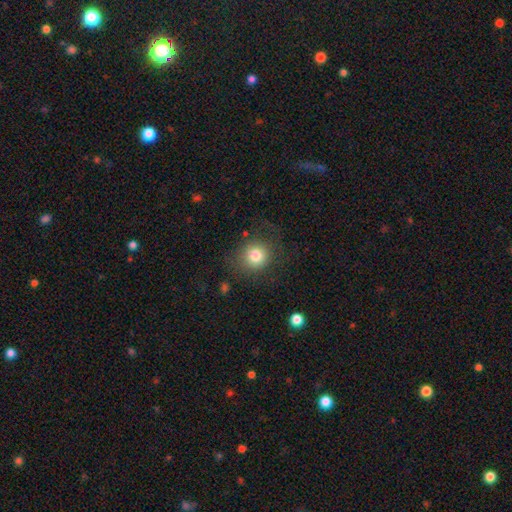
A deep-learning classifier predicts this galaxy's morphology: smooth_or_featured: smooth (p=0.79) [alt: star or artifact p=0.12]
how_rounded: round (p=0.87) [alt: in between p=0.12]
merging: none (p=0.76) [alt: minor disturbance p=0.13]